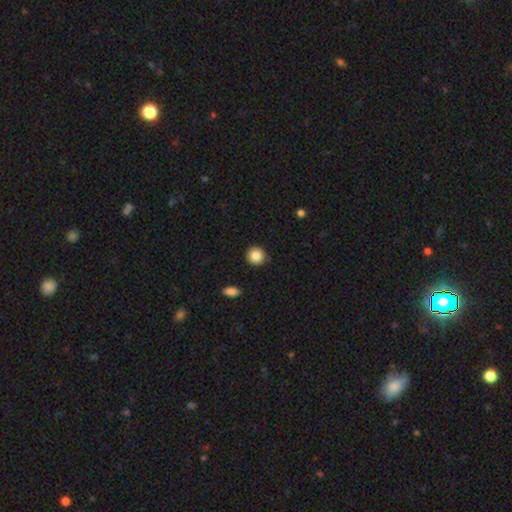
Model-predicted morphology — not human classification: Overall: smooth (86%). How rounded: round (93%). Merging: none (90%).